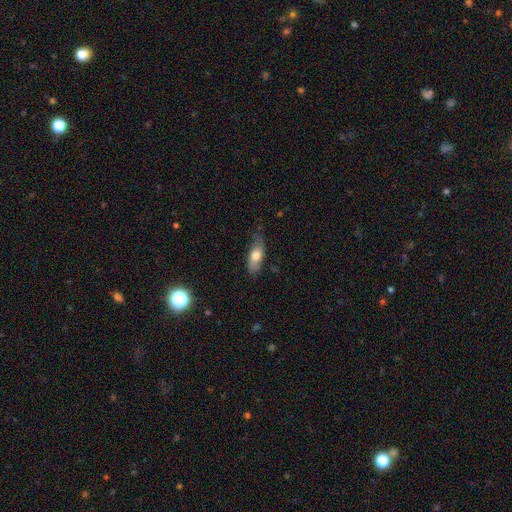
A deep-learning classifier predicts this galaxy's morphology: Smooth or featured?
  - smooth: 61% *
  - featured or disk: 32%
  - star or artifact: 6%
How rounded?
  - in between: 68% *
  - cigar-shaped: 29%
  - round: 3%
Merging?
  - none: 68% *
  - minor disturbance: 24%
  - major disturbance: 6%
  - merger: 1%